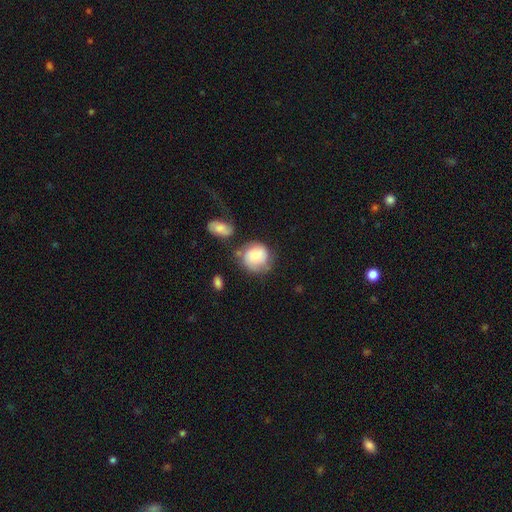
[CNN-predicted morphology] This appears to be a smooth galaxy with no disk features (70%) that is round (84%). Merging: none (57%).